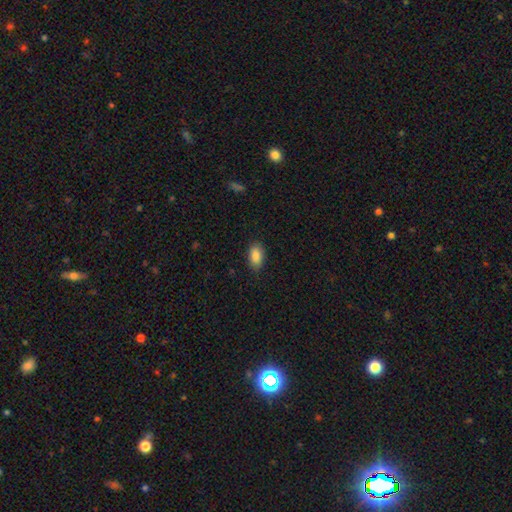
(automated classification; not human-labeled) A smooth galaxy with no disk features (87%) that is in between round and cigar-shaped (92%). Merging: none (86%).